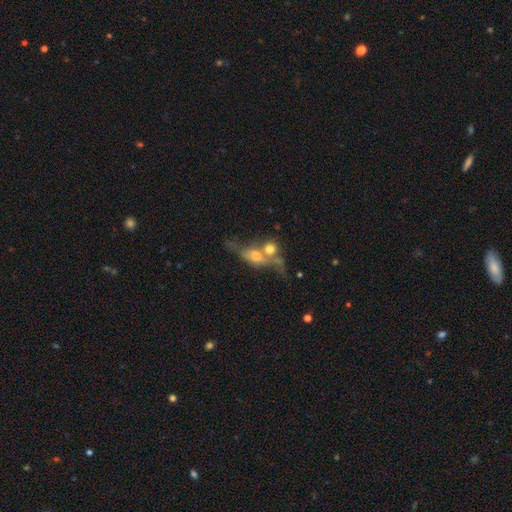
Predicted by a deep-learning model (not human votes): Morphology: type=featured or disk (48%); merging=merger (51%).